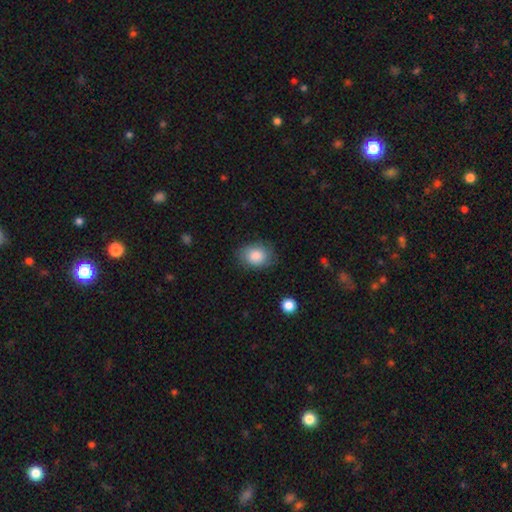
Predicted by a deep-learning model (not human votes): Smooth or featured?
  - smooth: 85% *
  - featured or disk: 8%
  - star or artifact: 8%
How rounded?
  - in between: 61% *
  - round: 38%
  - cigar-shaped: 1%
Merging?
  - none: 78% *
  - minor disturbance: 16%
  - major disturbance: 4%
  - merger: 1%